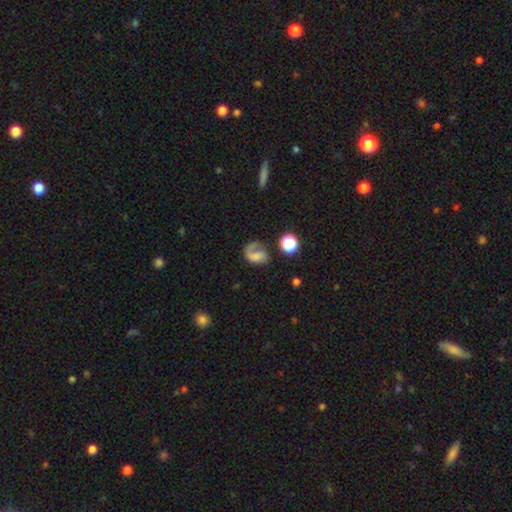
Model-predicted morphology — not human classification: smooth_or_featured: featured or disk (p=0.51) [alt: smooth p=0.38]
disk_edge_on: no (p=0.98) [alt: yes p=0.02]
bar: no (p=0.65) [alt: weak p=0.28]
has_spiral_arms: yes (p=0.80) [alt: no p=0.20]
bulge_size: none (p=0.49) [alt: small p=0.24]
merging: none (p=0.38) [alt: major disturbance p=0.35]